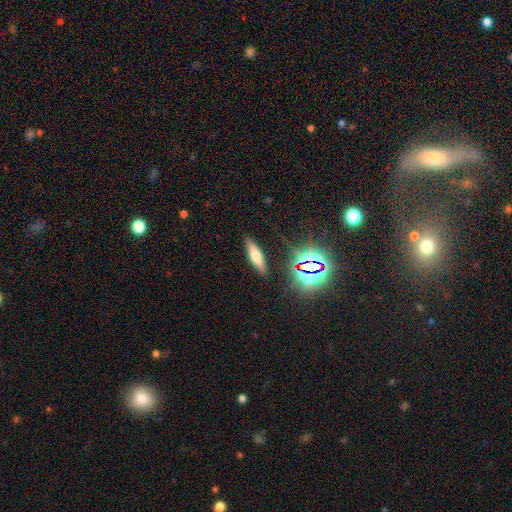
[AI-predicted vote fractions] A smooth galaxy with no disk features (53%) that is cigar-shaped (61%).

Vote fractions:
- Smooth or featured? smooth: 53% / featured or disk: 32% / star or artifact: 15%
- How rounded? cigar-shaped: 61% / in between: 35% / round: 3%
- Merging? none: 86% / minor disturbance: 9% / major disturbance: 3% / merger: 2%